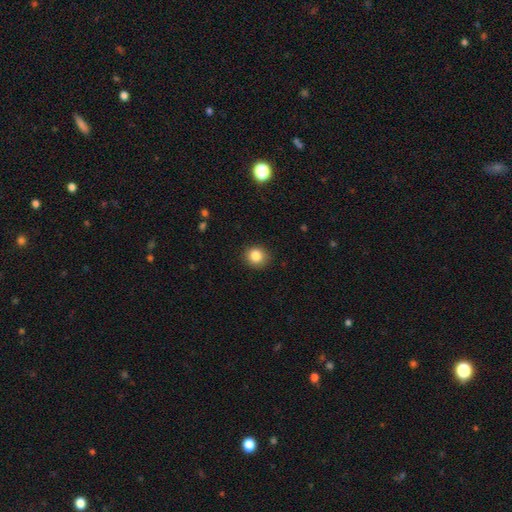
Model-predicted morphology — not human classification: Q: Smooth or featured?
A: smooth (85%); runner-up: star or artifact (10%)
Q: How rounded?
A: round (85%); runner-up: in between (14%)
Q: Merging?
A: none (89%); runner-up: minor disturbance (8%)